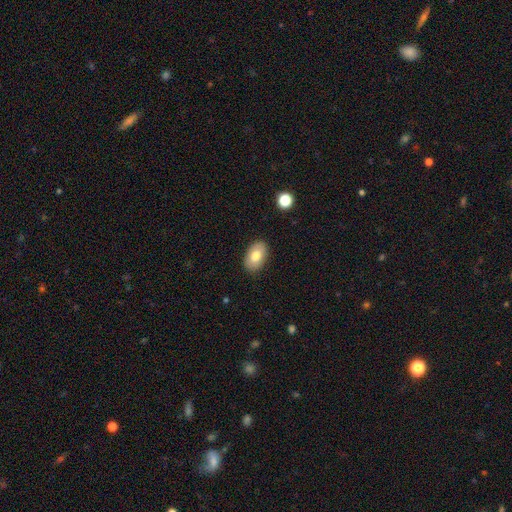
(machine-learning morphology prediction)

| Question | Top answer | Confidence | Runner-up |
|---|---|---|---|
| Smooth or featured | smooth | 77% | featured or disk (16%) |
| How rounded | in between | 90% | round (8%) |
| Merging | none | 87% | minor disturbance (9%) |